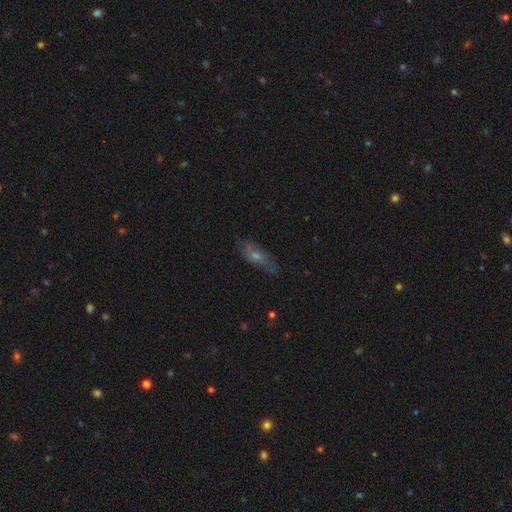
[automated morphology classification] type=featured or disk (46%); merging=none (71%).